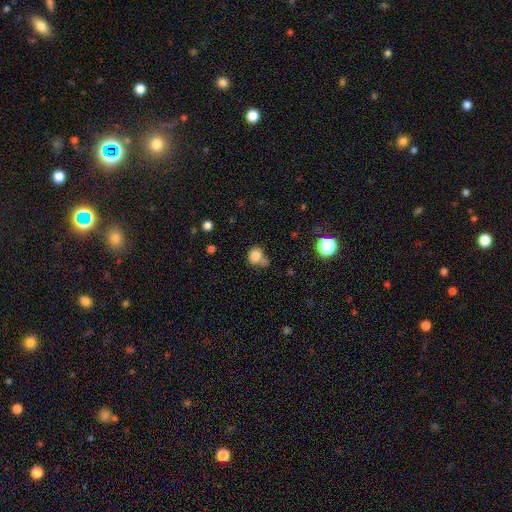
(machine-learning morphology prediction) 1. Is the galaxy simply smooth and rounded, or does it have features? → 81% smooth, 12% star or artifact, 7% featured or disk.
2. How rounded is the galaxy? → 66% round, 33% in between, 1% cigar-shaped.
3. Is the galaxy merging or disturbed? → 46% none, 26% merger, 19% minor disturbance, 9% major disturbance.